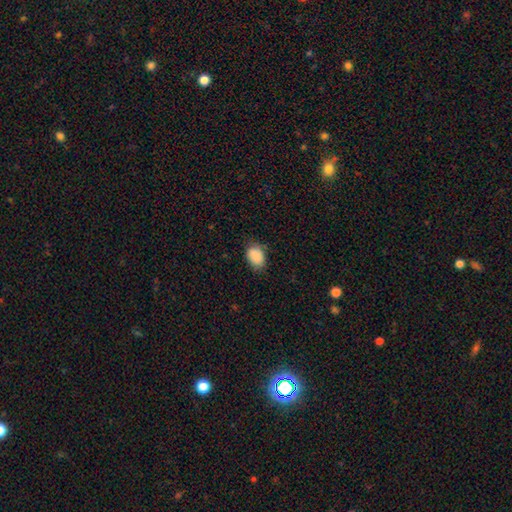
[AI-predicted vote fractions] This appears to be a smooth galaxy with no disk features (89%) that is in between round and cigar-shaped (79%). Merging: none (74%).